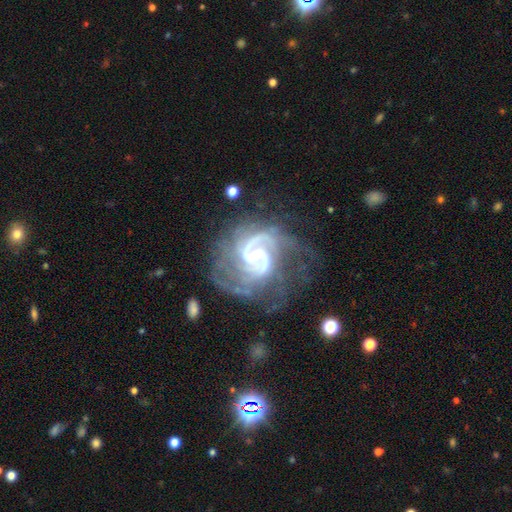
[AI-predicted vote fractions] Overall: featured or disk (92%). Edge-on disk: no (98%). Bar: weak (44%; no 43%). Spiral arms: yes (98%). Spiral arm count: 2 (64%). Spiral winding: medium (46%; tight 45%). Bulge size: small (70%). Merging: none (52%; minor disturbance 22%).